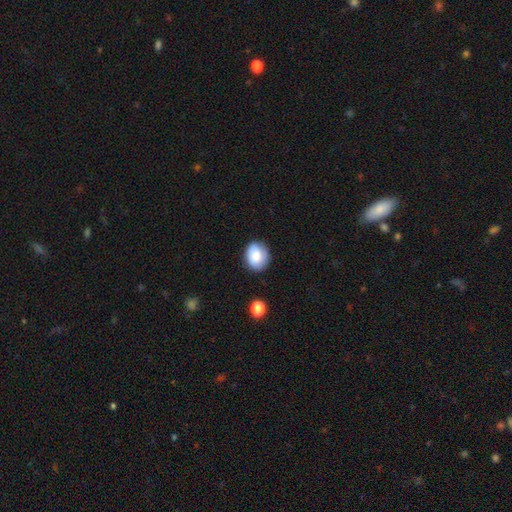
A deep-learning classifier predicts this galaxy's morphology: smooth-or-featured: smooth: 77% | featured or disk: 15% | star or artifact: 8%
  how-rounded: round: 52% | in between: 47% | cigar-shaped: 1%
  merging: none: 74% | minor disturbance: 19% | major disturbance: 4% | merger: 2%